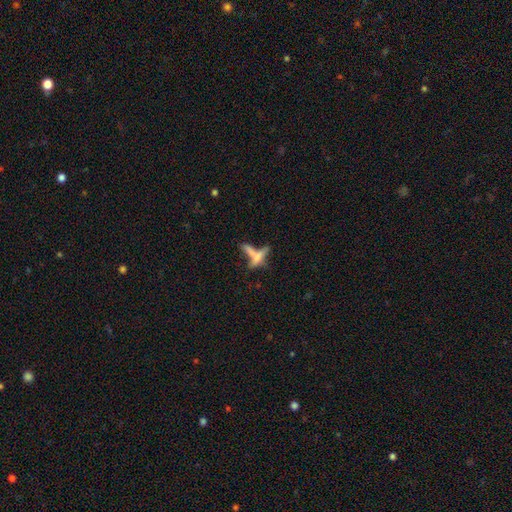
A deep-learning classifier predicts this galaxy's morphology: The model was most divided on "merging": merger: 48%, none: 31%, major disturbance: 11%, minor disturbance: 10%. More confident: how rounded — cigar-shaped (70%); smooth or featured — smooth (52%).